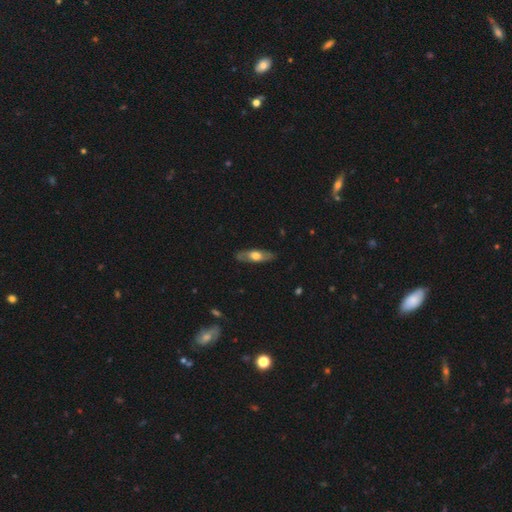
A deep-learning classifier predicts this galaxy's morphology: smooth_or_featured: featured or disk (p=0.50) [alt: smooth p=0.45]
merging: none (p=0.84) [alt: minor disturbance p=0.12]